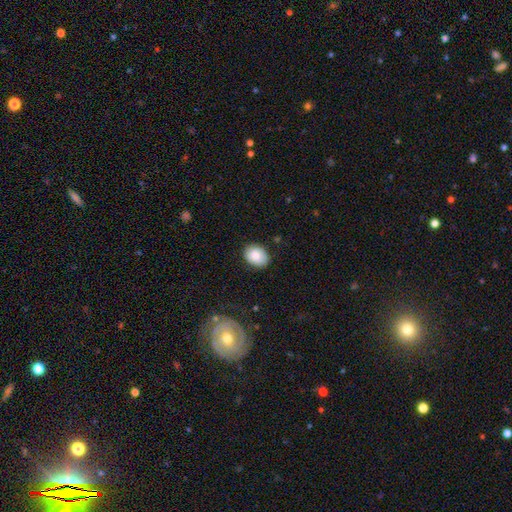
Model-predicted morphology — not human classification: A smooth galaxy with no disk features (84%) that is in between round and cigar-shaped (58%). Merging: none (83%).